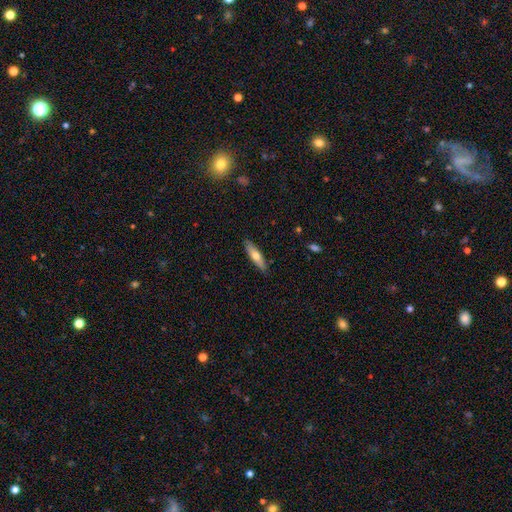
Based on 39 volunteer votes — A smooth galaxy with no disk features (64%) that is cigar-shaped (80%). Merging: none (85%).